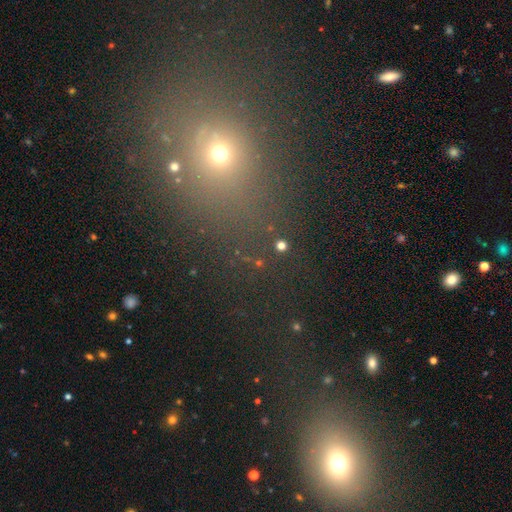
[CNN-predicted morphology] type=smooth (47%); merging=none (67%).